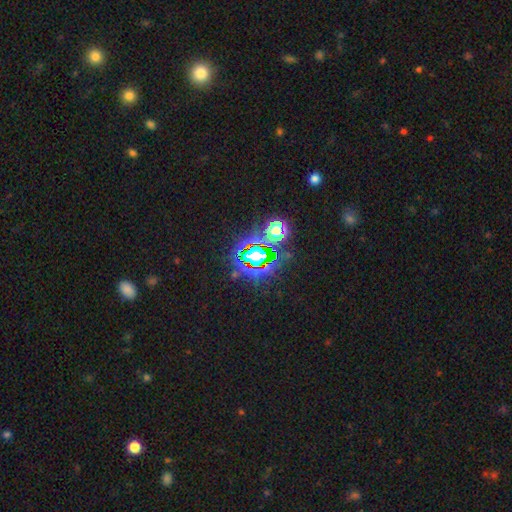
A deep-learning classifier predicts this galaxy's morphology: Smooth or featured? star or artifact (75%)